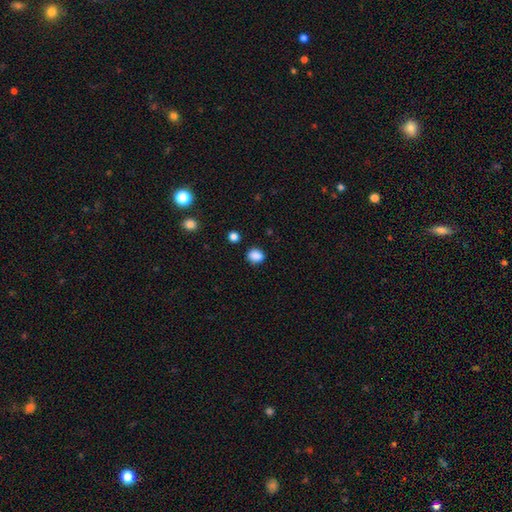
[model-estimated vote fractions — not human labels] This is clearly a smooth galaxy (87%). How rounded: possibly round (58%). Merging: clearly none (83%).